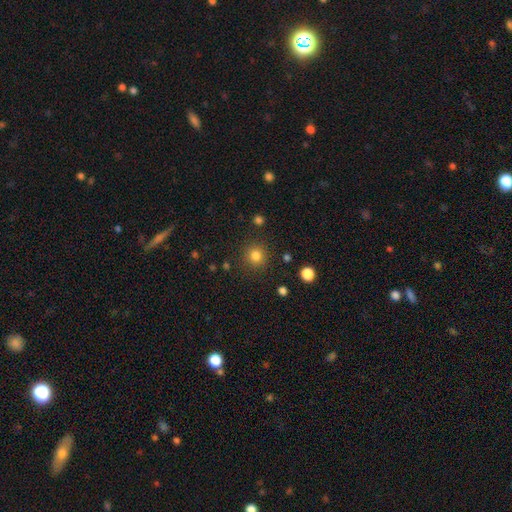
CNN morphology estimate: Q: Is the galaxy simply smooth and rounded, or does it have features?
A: smooth — 82%.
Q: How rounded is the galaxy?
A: round — 93%.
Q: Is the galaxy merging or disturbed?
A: none — 88%.